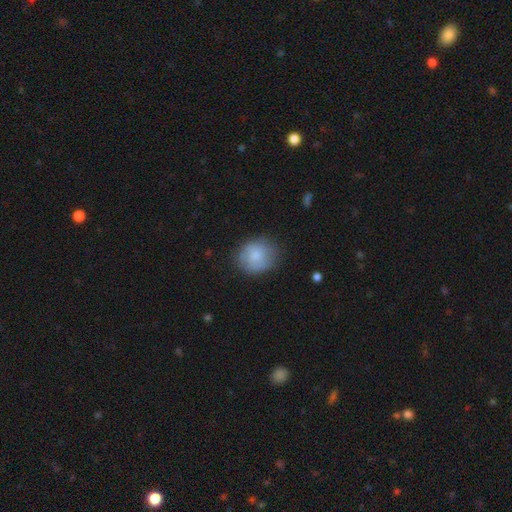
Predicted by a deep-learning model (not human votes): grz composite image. It shows a smooth galaxy with no disk features (75%) that is round (76%). Merging: none (70%).